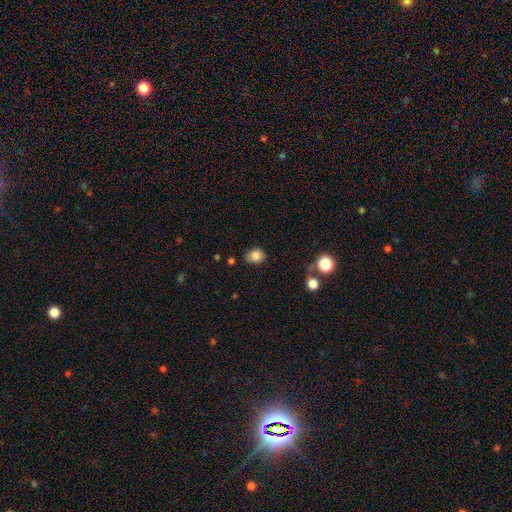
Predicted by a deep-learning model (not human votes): A smooth galaxy with no disk features (84%) that is round (53%).

Vote fractions:
- Smooth or featured? smooth: 84% / star or artifact: 10% / featured or disk: 6%
- How rounded? round: 53% / in between: 46% / cigar-shaped: 1%
- Merging? none: 78% / minor disturbance: 16% / major disturbance: 3% / merger: 3%